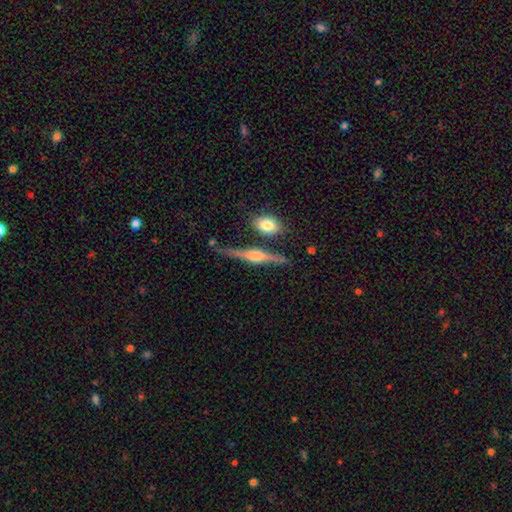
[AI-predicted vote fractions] This is clearly a featured or disk galaxy (82%). It is clearly viewed edge-on (97%). Edge-on bulge: clearly rounded (81%). Merging: likely none (79%).